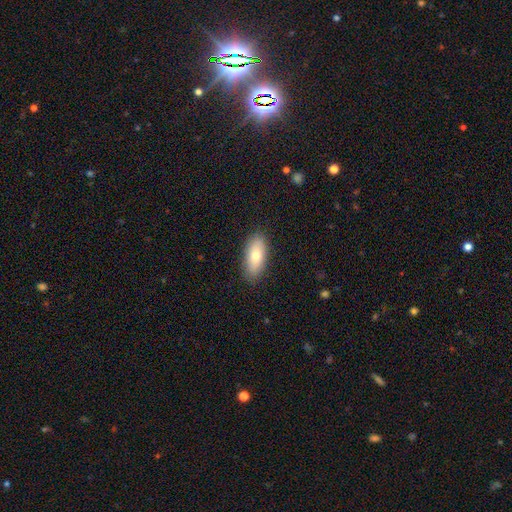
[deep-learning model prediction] Smooth or featured? smooth (76%)
How rounded? in between (86%)
Merging? none (87%)